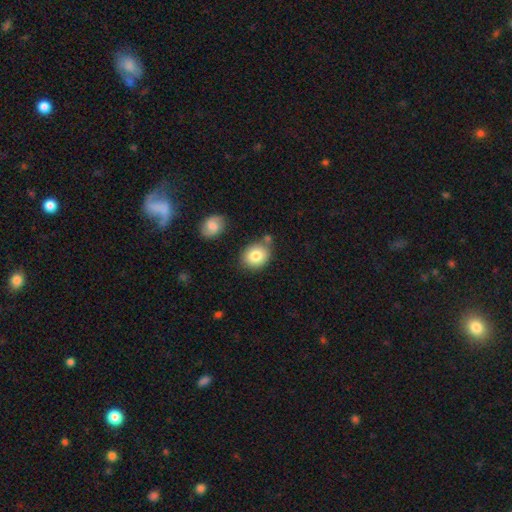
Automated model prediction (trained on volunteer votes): Morphology: type=smooth (81%); roundness=round (59%); merging=none (74%).